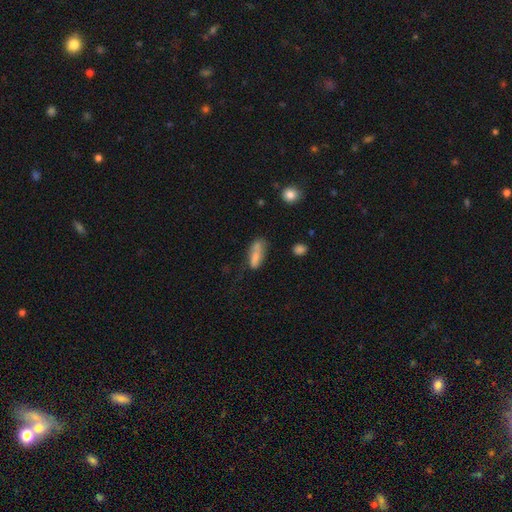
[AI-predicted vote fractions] The model was most divided on "merging": none: 42%, minor disturbance: 28%, major disturbance: 16%, merger: 13%. More confident: smooth or featured — smooth (74%); how rounded — in between (63%).